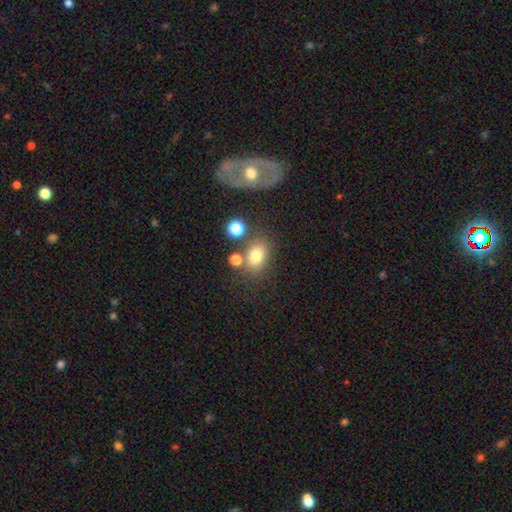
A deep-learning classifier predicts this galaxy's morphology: This appears to be a smooth galaxy with no disk features (75%) that is in between round and cigar-shaped (67%). Merging: none (66%).